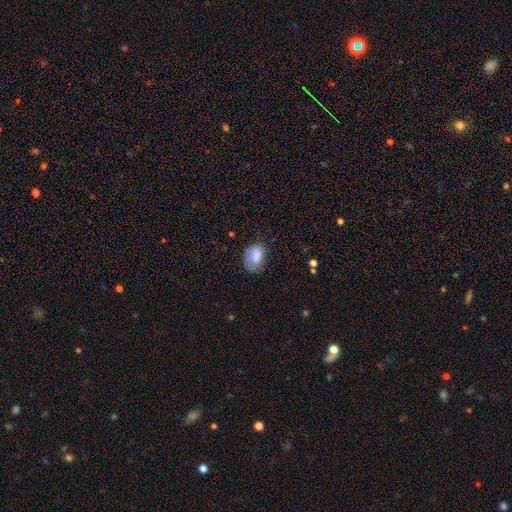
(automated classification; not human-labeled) Morphology: type=smooth (79%); roundness=in between (78%); merging=none (57%).